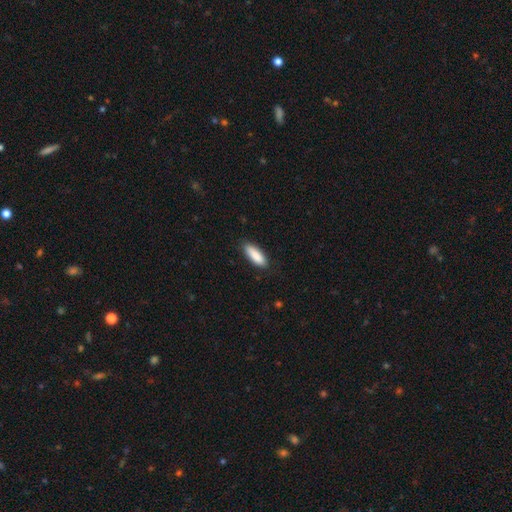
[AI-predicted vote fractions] smooth-or-featured: smooth: 88% | featured or disk: 6% | star or artifact: 6%
  how-rounded: in between: 59% | cigar-shaped: 39% | round: 2%
  merging: none: 85% | minor disturbance: 12% | major disturbance: 2% | merger: 1%